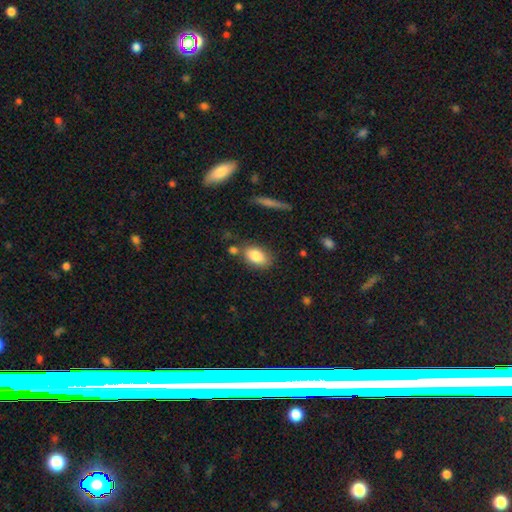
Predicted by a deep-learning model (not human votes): smooth_or_featured: smooth (p=0.84) [alt: featured or disk p=0.09]
how_rounded: in between (p=0.88) [alt: round p=0.08]
merging: none (p=0.72) [alt: minor disturbance p=0.15]